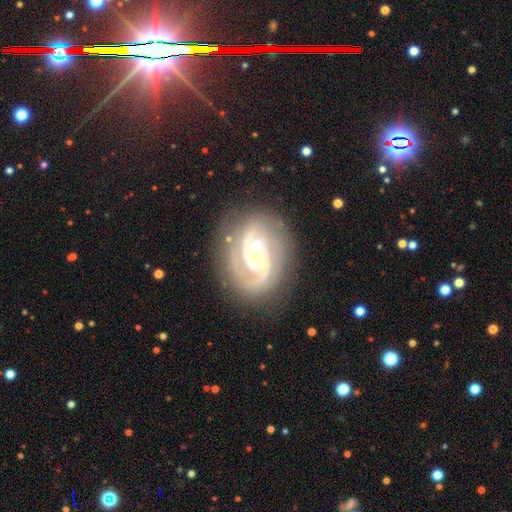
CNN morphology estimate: Smooth or featured? featured or disk (91%)
Edge-on disk? no (97%)
Bar? no (47%)
Spiral arms? yes (98%)
Spiral winding? tight (59%)
Spiral arm count? 2 (48%)
Bulge size? small (63%)
Merging? none (79%)